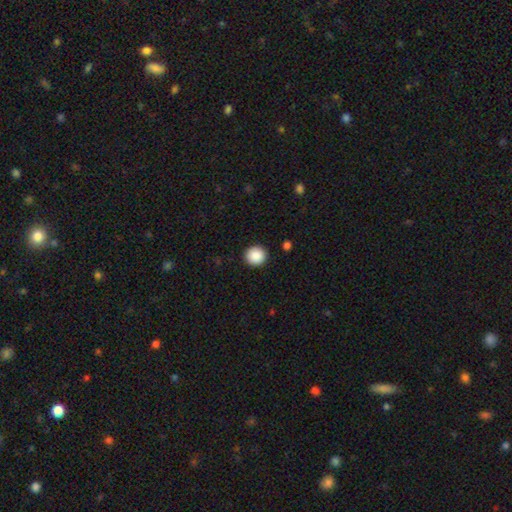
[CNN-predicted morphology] Smooth or featured? Predicted: smooth (p=0.89). How rounded? Predicted: round (p=0.94). Merging? Predicted: none (p=0.92).